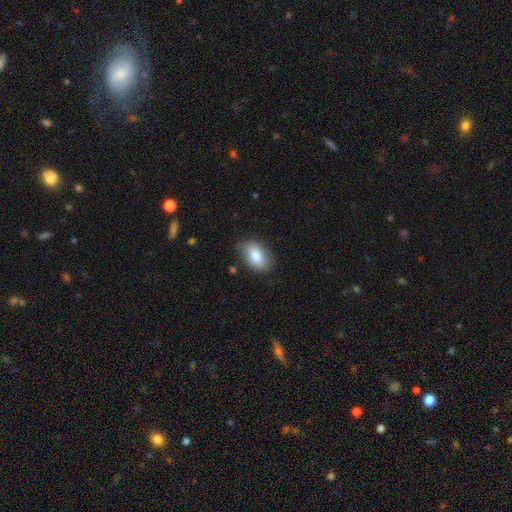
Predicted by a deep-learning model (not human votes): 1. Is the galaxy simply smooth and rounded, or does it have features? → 81% smooth, 12% featured or disk, 6% star or artifact.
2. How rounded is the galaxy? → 92% in between, 6% round, 2% cigar-shaped.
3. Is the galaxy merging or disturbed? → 79% none, 16% minor disturbance, 3% major disturbance, 1% merger.